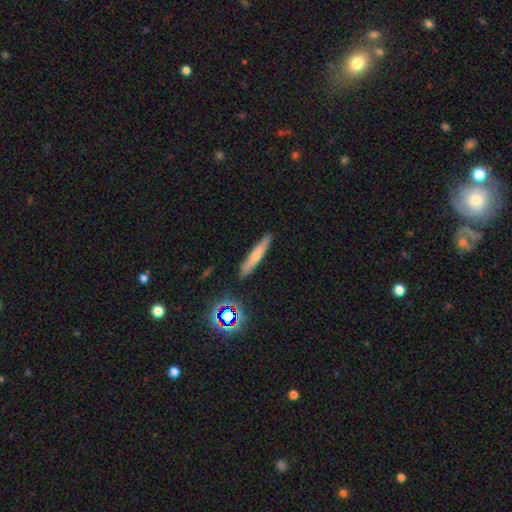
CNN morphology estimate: This is possibly a smooth galaxy (59%). How rounded: clearly cigar-shaped (91%). Merging: clearly none (87%).